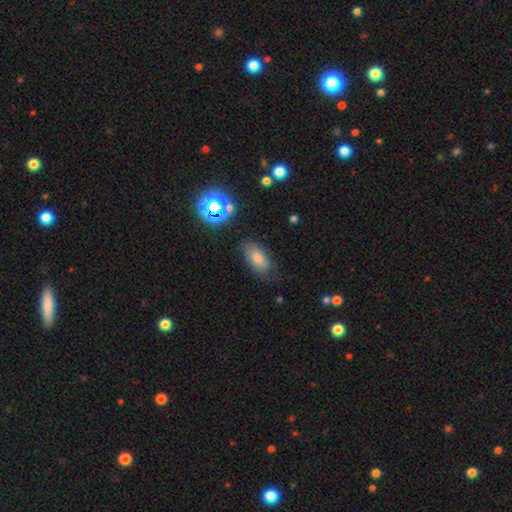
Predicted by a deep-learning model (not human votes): smooth_or_featured: smooth (p=0.63) [alt: star or artifact p=0.19]
how_rounded: in between (p=0.87) [alt: cigar-shaped p=0.07]
merging: none (p=0.73) [alt: minor disturbance p=0.19]